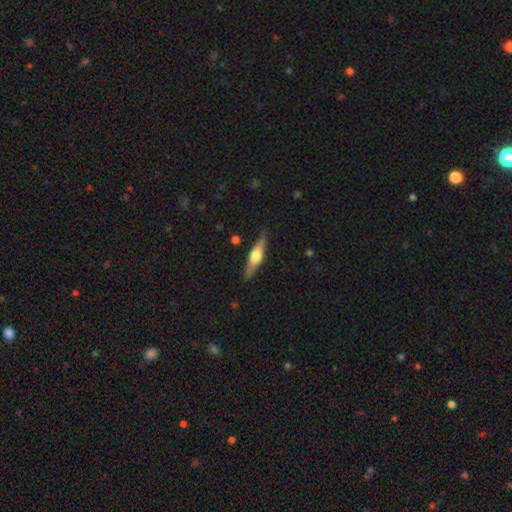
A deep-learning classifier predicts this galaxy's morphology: smooth_or_featured: featured or disk (p=0.57) [alt: smooth p=0.37]
disk_edge_on: yes (p=0.94) [alt: no p=0.06]
edge_on_bulge: rounded (p=0.90) [alt: boxy p=0.08]
merging: none (p=0.85) [alt: minor disturbance p=0.11]